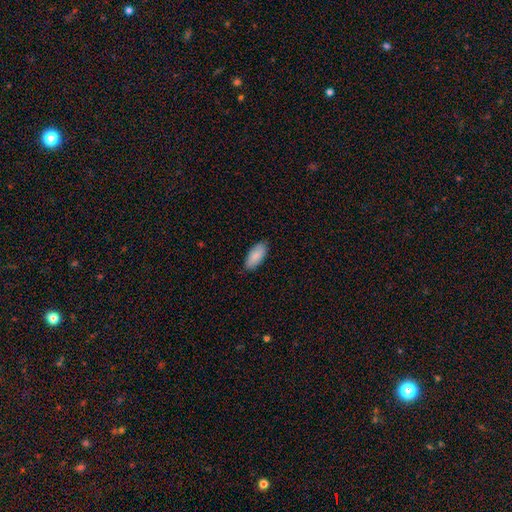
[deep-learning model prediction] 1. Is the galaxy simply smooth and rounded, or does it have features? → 88% smooth, 6% featured or disk, 6% star or artifact.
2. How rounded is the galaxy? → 88% in between, 11% cigar-shaped, 2% round.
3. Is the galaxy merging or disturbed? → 87% none, 11% minor disturbance, 2% major disturbance, 1% merger.